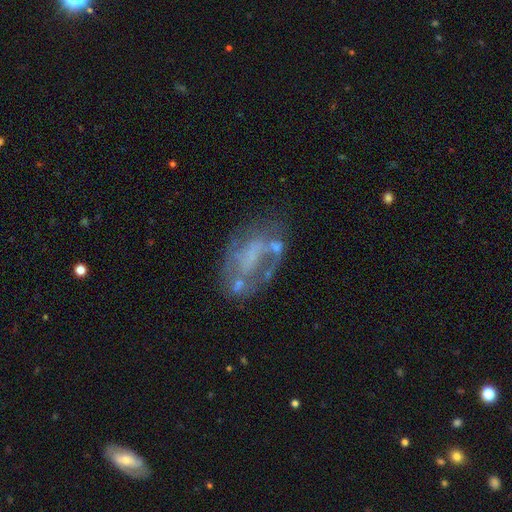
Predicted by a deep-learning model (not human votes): This is likely a featured or disk galaxy (65%). It is clearly not viewed edge-on (96%). Bar: likely no (63%). Spiral arm pattern: likely no (62%). Central bulge: likely none (64%). Merging: possibly none (46%).